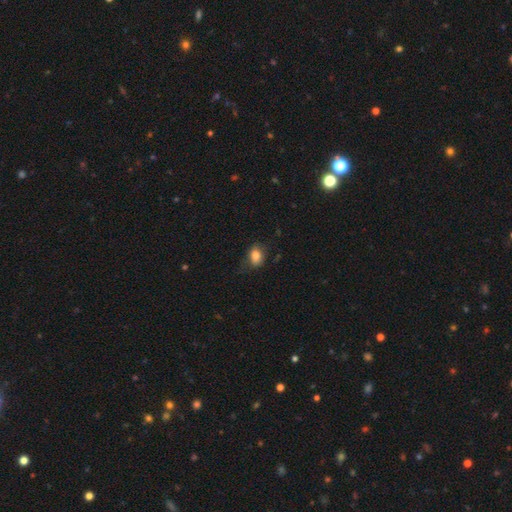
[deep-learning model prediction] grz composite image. It shows a smooth galaxy with no disk features (81%) that is in between round and cigar-shaped (68%). Merging: none (66%).